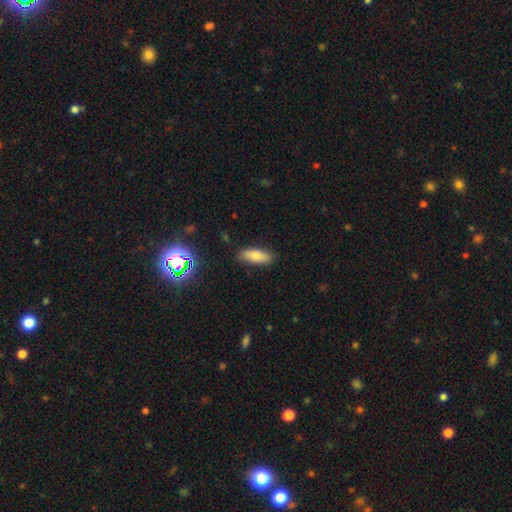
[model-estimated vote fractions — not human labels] smooth 73%, featured or disk 15%, star or artifact 11%. Down the decision tree: how rounded — in between (66%); merging — none (86%).